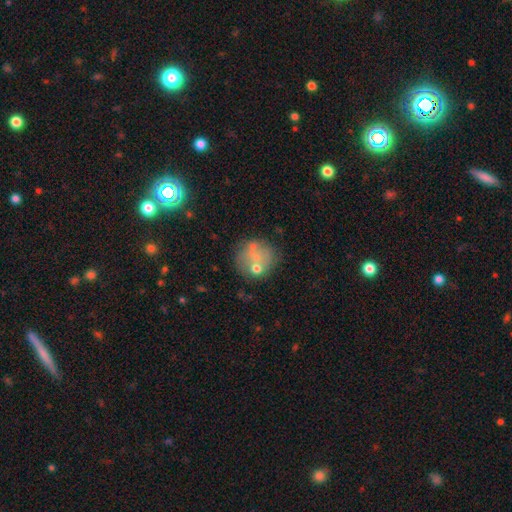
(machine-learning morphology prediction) Smooth or featured? smooth (54%)
How rounded? round (85%)
Merging? none (54%)